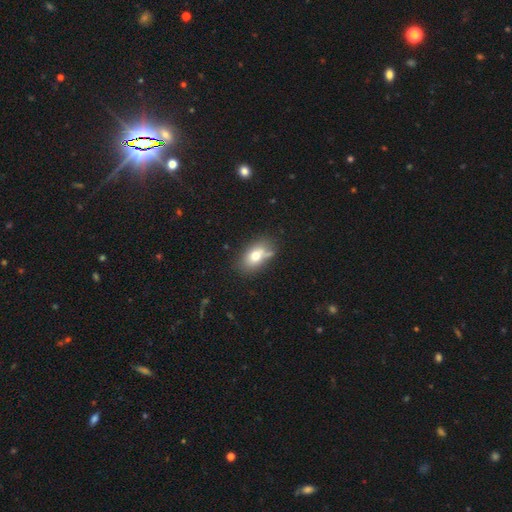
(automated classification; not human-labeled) A smooth galaxy with no disk features (72%) that is in between round and cigar-shaped (83%). Merging: none (59%).